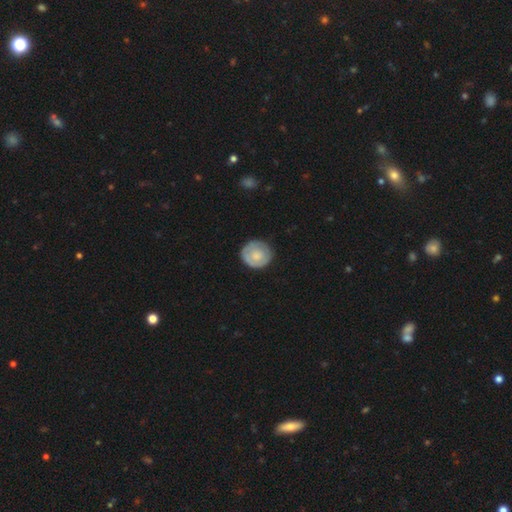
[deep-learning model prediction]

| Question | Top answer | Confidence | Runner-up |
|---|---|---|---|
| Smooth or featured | smooth | 65% | featured or disk (30%) |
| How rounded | round | 90% | in between (9%) |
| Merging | none | 80% | minor disturbance (15%) |